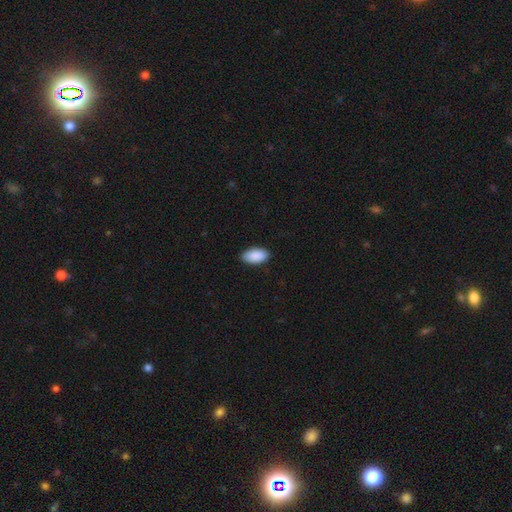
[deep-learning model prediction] A smooth galaxy with no disk features (91%) that is in between round and cigar-shaped (96%). Merging: none (88%).